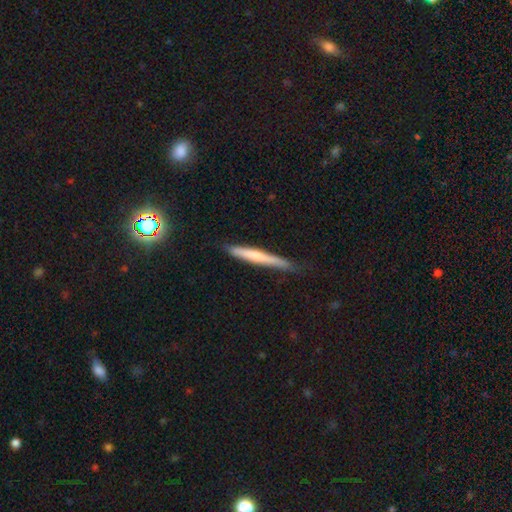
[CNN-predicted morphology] The model was most divided on "smooth or featured": smooth: 55%, featured or disk: 39%, star or artifact: 6%. More confident: how rounded — cigar-shaped (96%); merging — none (77%).